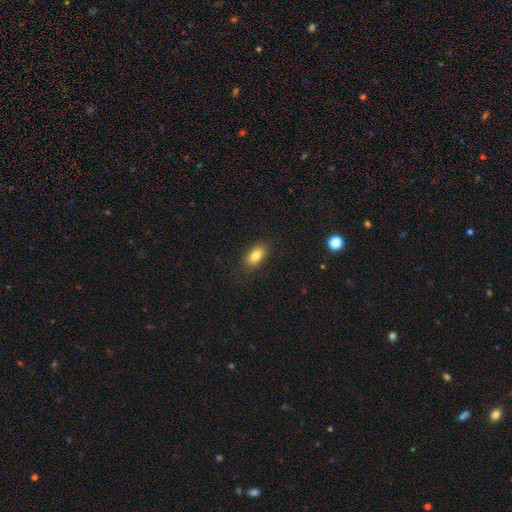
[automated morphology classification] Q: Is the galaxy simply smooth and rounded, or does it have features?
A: smooth — 82%.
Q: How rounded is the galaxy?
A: in between — 88%.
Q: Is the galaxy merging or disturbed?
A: none — 86%.